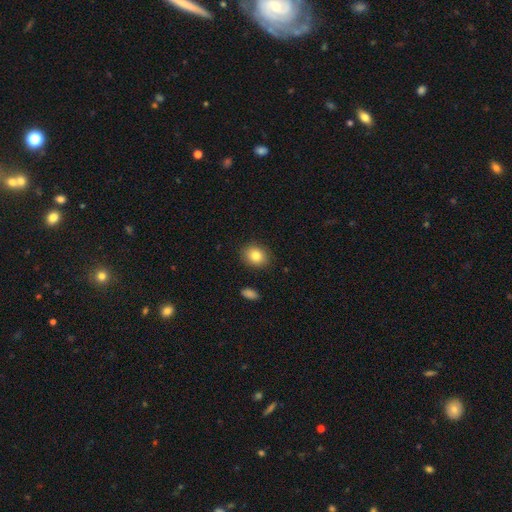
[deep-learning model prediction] Q: Smooth or featured?
A: smooth (83%); runner-up: star or artifact (9%)
Q: How rounded?
A: round (52%); runner-up: in between (47%)
Q: Merging?
A: none (88%); runner-up: minor disturbance (9%)